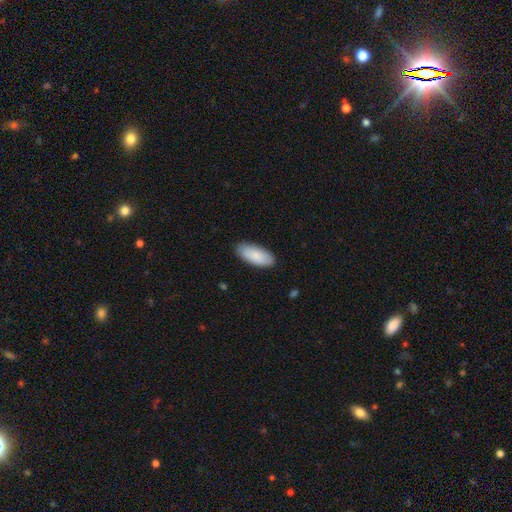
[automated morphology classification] Overall: smooth (88%). How rounded: in between (87%). Merging: none (86%).